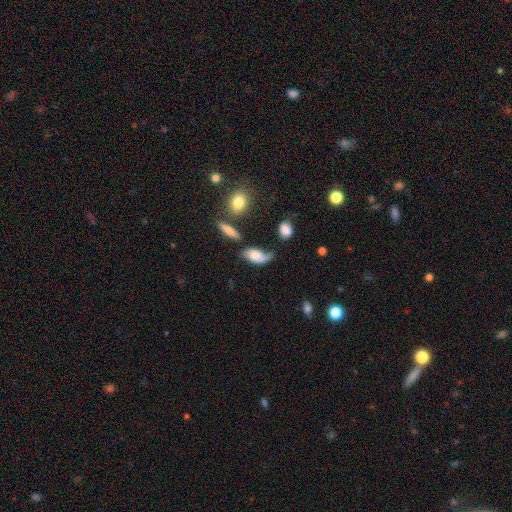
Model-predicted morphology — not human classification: type=smooth (51%); roundness=in between (85%); merging=none (40%).